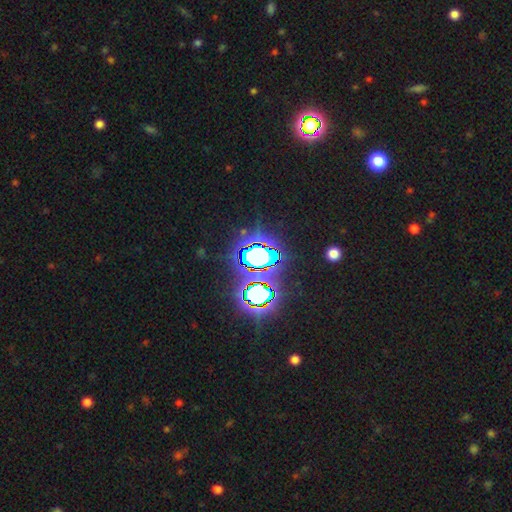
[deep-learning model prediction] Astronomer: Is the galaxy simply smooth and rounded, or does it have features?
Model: star or artifact — 75%.